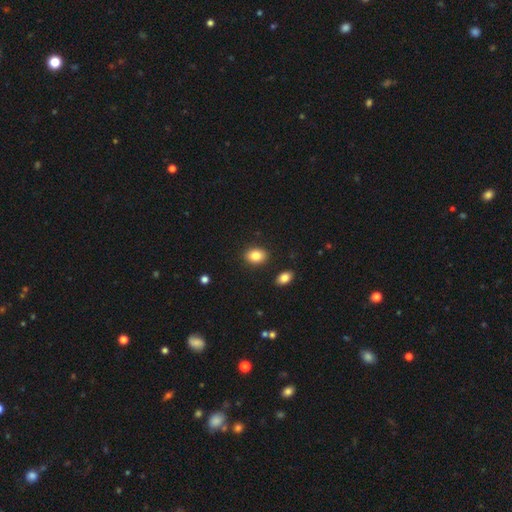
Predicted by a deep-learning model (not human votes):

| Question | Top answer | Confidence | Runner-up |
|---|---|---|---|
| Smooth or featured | smooth | 85% | star or artifact (8%) |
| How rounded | in between | 71% | round (27%) |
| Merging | none | 88% | minor disturbance (7%) |